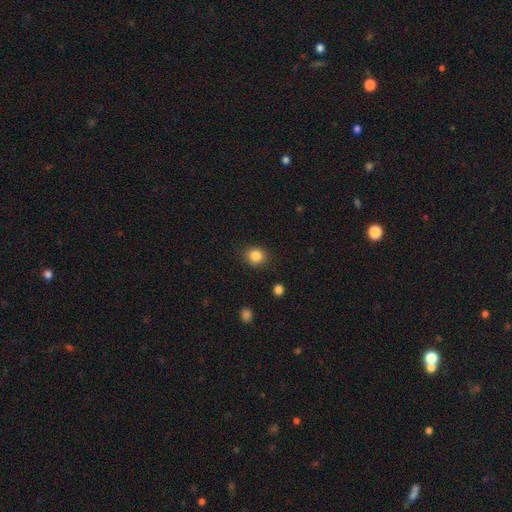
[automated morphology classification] type=smooth (85%); roundness=round (81%); merging=none (87%).